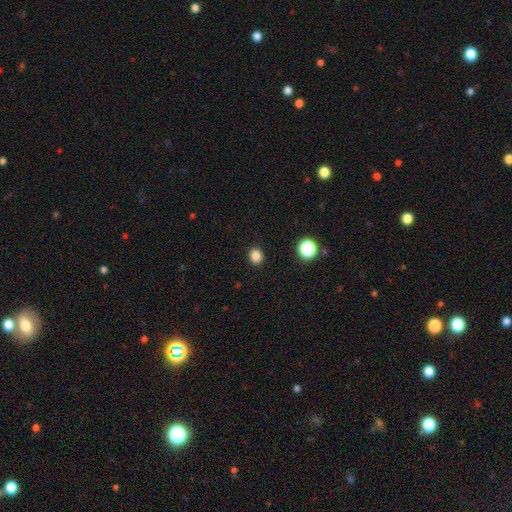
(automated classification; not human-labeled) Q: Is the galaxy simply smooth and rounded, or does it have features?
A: smooth — 84%.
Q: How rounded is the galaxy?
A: round — 64%.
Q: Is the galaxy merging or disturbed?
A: none — 90%.